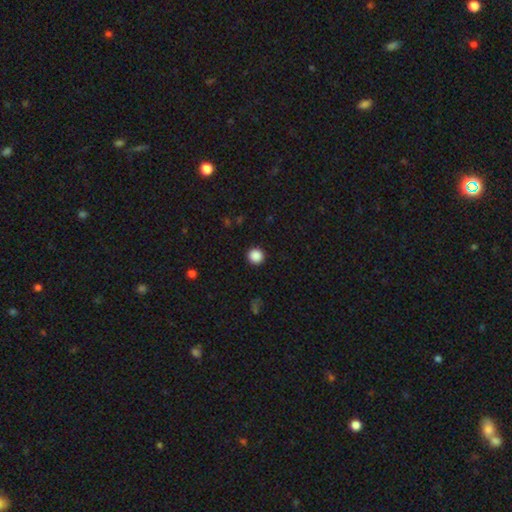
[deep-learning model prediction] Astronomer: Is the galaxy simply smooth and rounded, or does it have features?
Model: smooth — 88%.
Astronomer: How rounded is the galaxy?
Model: round — 95%.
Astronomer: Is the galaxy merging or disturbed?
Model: none — 93%.